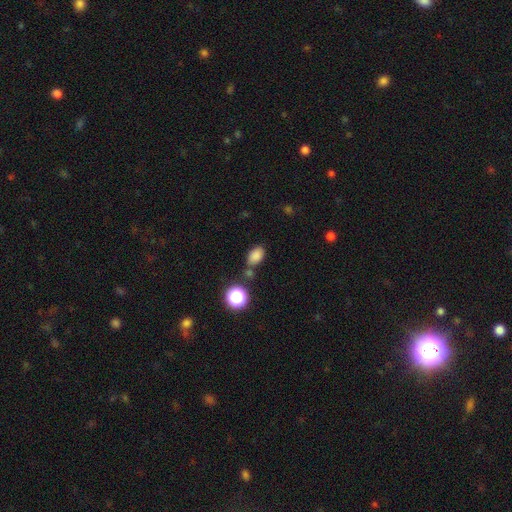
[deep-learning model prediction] smooth 82%, star or artifact 13%, featured or disk 5%. Down the decision tree: how rounded — in between (84%); merging — none (71%).